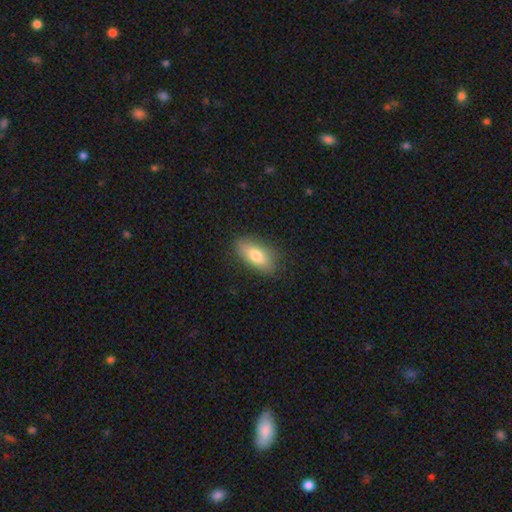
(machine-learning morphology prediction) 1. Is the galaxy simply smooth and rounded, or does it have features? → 75% smooth, 18% featured or disk, 7% star or artifact.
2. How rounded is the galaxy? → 81% in between, 15% cigar-shaped, 4% round.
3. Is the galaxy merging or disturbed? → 84% none, 12% minor disturbance, 3% major disturbance, 1% merger.